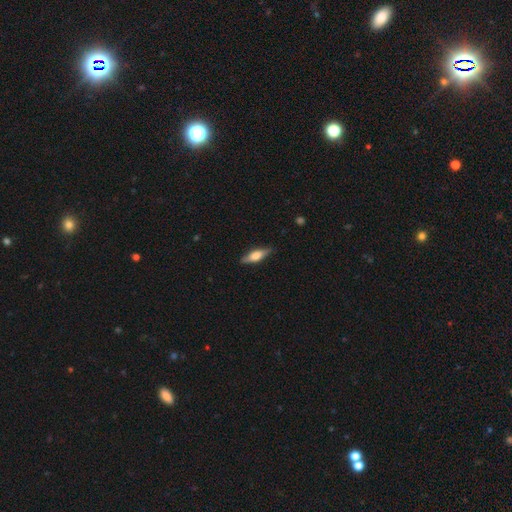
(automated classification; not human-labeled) smooth_or_featured: smooth (p=0.50) [alt: featured or disk p=0.44]
merging: none (p=0.84) [alt: minor disturbance p=0.13]